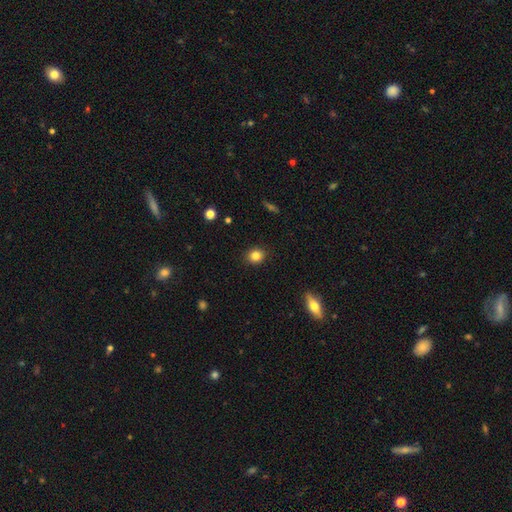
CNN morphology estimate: A smooth galaxy with no disk features (83%) that is round (74%). Merging: none (90%).